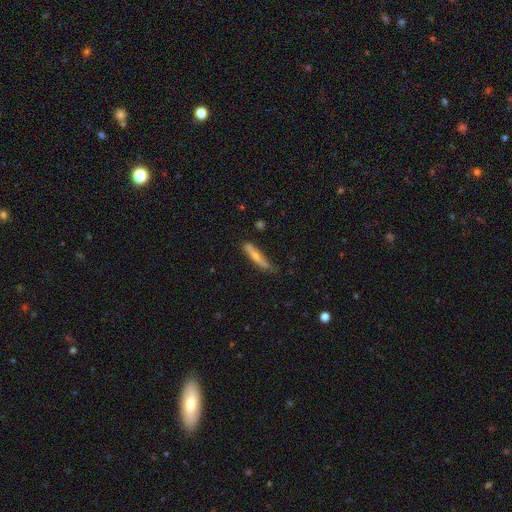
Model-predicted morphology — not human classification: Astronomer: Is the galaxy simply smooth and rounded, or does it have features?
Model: smooth — 59% (runner-up: featured or disk, 36%).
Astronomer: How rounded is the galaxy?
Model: cigar-shaped — 89%.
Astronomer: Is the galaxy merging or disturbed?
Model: none — 65%.